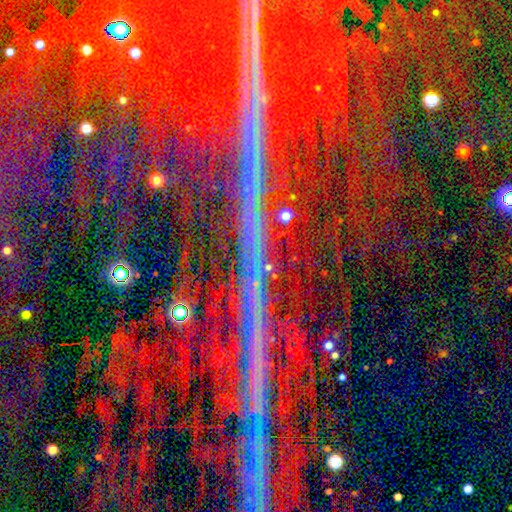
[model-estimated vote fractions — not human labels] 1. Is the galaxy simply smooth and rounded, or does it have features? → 87% star or artifact, 8% featured or disk, 5% smooth.